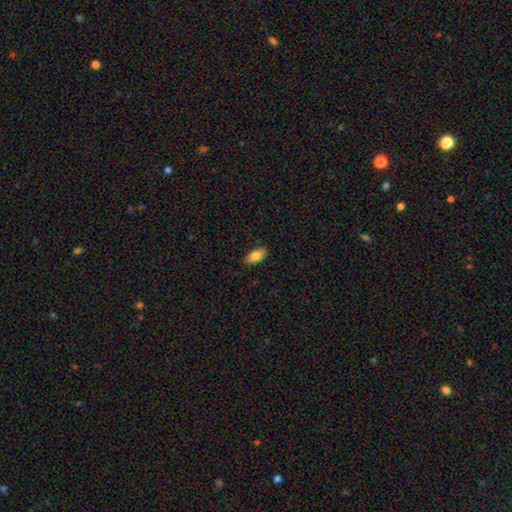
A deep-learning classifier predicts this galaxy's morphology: Overall: smooth (83%). How rounded: in between (92%). Merging: none (86%).